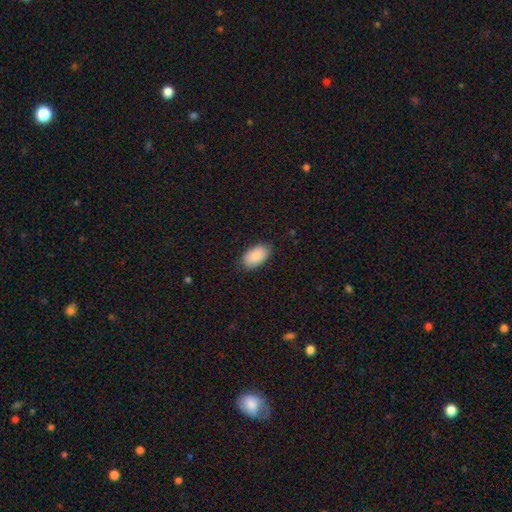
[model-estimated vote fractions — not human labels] This appears to be a smooth galaxy with no disk features (89%) that is in between round and cigar-shaped (95%). Merging: none (83%).